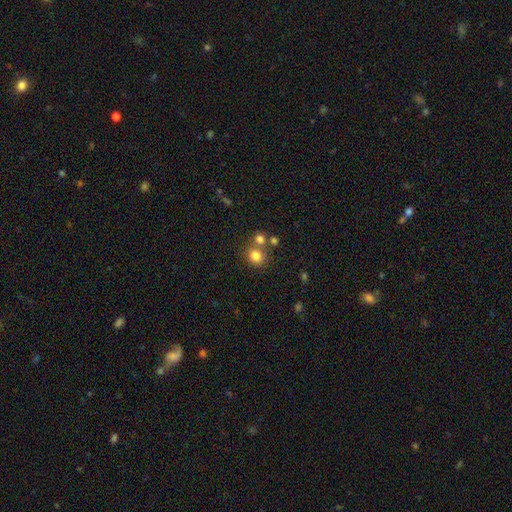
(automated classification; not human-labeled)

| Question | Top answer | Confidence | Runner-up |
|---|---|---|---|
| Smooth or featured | smooth | 80% | star or artifact (13%) |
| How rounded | round | 81% | in between (18%) |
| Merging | none | 64% | merger (23%) |